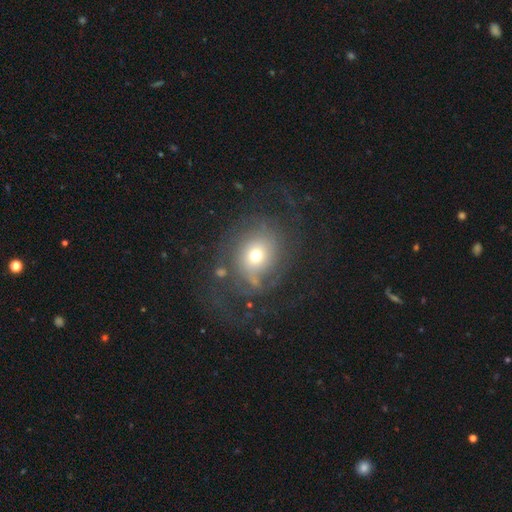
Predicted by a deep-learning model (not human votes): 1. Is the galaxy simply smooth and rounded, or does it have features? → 46% featured or disk, 40% smooth, 14% star or artifact.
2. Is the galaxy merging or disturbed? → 60% none, 21% major disturbance, 16% minor disturbance, 3% merger.